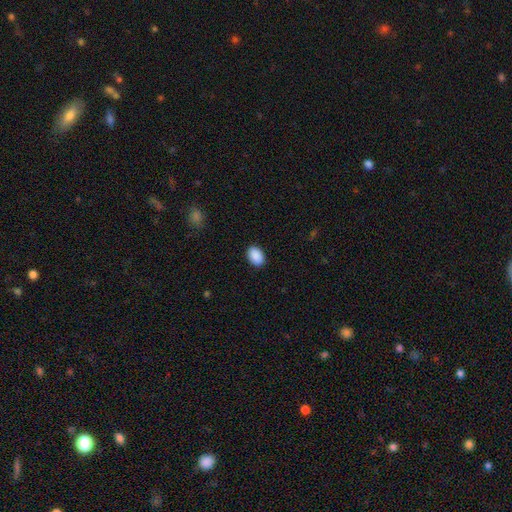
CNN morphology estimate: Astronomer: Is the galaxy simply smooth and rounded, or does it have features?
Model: smooth — 91%.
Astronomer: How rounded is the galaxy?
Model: in between — 84%.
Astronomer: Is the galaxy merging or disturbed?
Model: none — 90%.